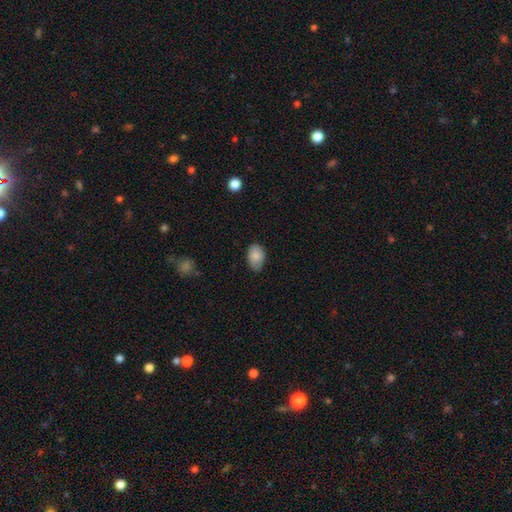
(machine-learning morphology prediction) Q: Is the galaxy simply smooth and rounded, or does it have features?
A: smooth — 83%.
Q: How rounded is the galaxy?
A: in between — 88%.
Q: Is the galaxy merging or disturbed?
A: none — 73%.